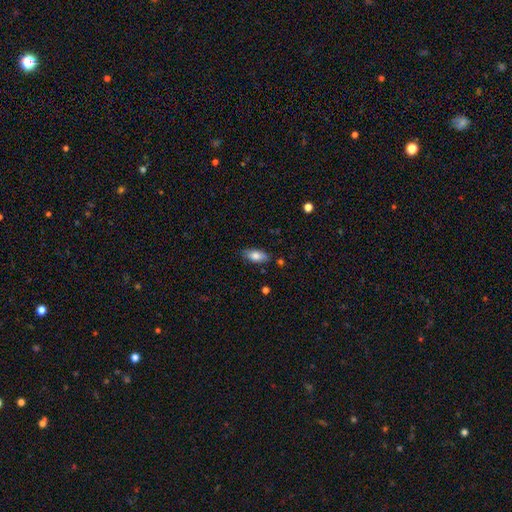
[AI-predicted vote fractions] Smooth or featured?
  - smooth: 80% *
  - featured or disk: 13%
  - star or artifact: 7%
How rounded?
  - in between: 88% *
  - cigar-shaped: 10%
  - round: 3%
Merging?
  - none: 81% *
  - minor disturbance: 14%
  - major disturbance: 2%
  - merger: 2%